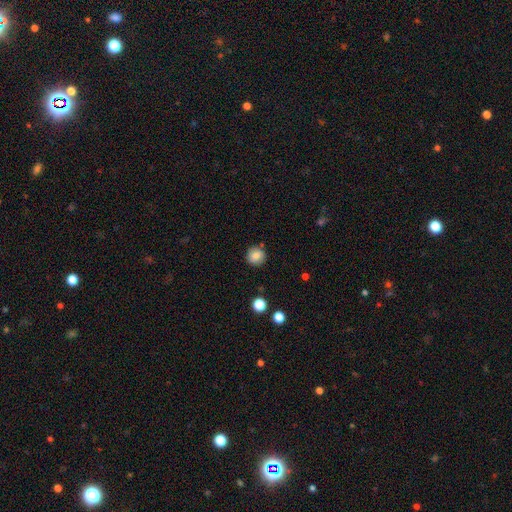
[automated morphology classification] Smooth or featured? smooth (80%)
How rounded? round (92%)
Merging? none (87%)